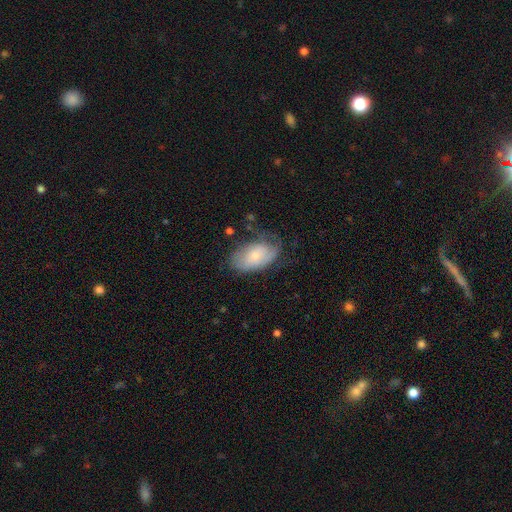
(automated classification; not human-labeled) This is possibly a smooth galaxy (56%). How rounded: clearly in between (92%). Merging: possibly none (52%).